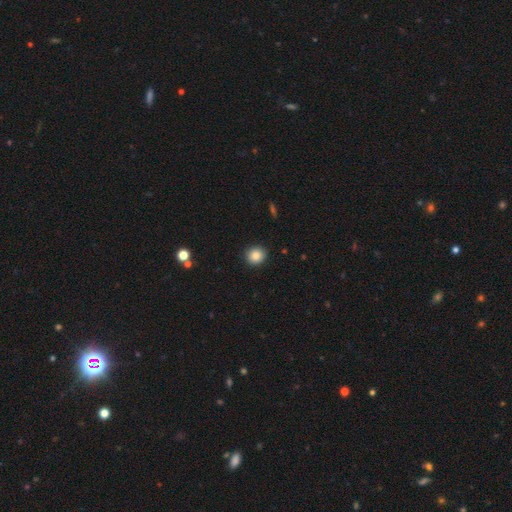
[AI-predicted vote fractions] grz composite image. It shows a smooth galaxy with no disk features (85%) that is round (85%). Merging: none (91%).